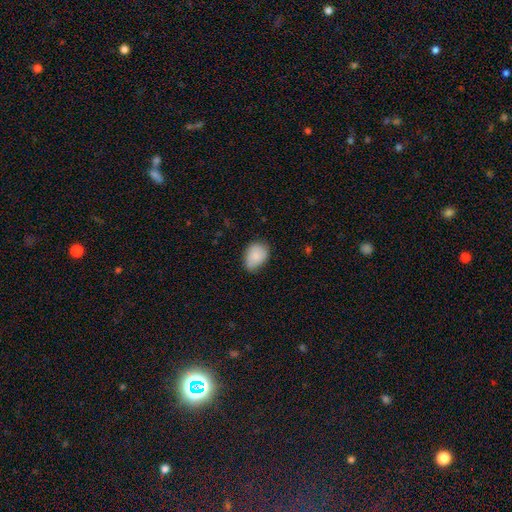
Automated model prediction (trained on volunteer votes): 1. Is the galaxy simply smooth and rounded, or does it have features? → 84% smooth, 9% featured or disk, 7% star or artifact.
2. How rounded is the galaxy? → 75% in between, 24% round, 1% cigar-shaped.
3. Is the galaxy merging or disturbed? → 63% none, 31% minor disturbance, 5% major disturbance, 1% merger.